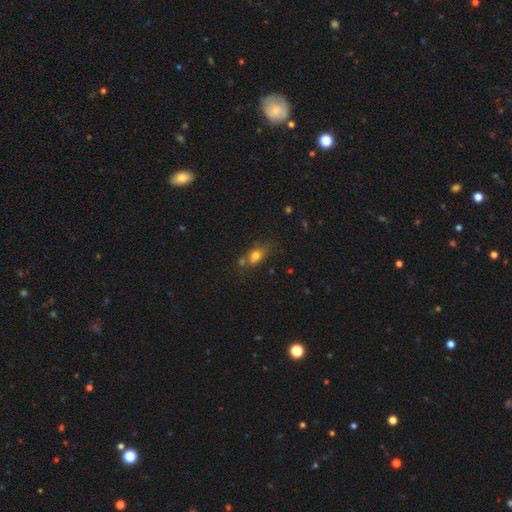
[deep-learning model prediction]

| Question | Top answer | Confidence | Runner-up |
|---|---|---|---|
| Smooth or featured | smooth | 74% | featured or disk (14%) |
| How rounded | in between | 69% | round (25%) |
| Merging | none | 48% | merger (23%) |